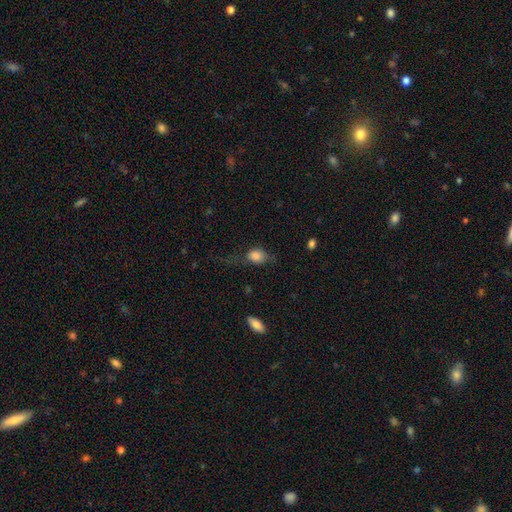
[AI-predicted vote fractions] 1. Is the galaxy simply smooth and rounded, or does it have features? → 78% smooth, 13% featured or disk, 9% star or artifact.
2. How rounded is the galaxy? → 65% in between, 32% round, 3% cigar-shaped.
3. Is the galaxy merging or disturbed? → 35% none (tied), 35% major disturbance (tied), 26% minor disturbance, 3% merger.